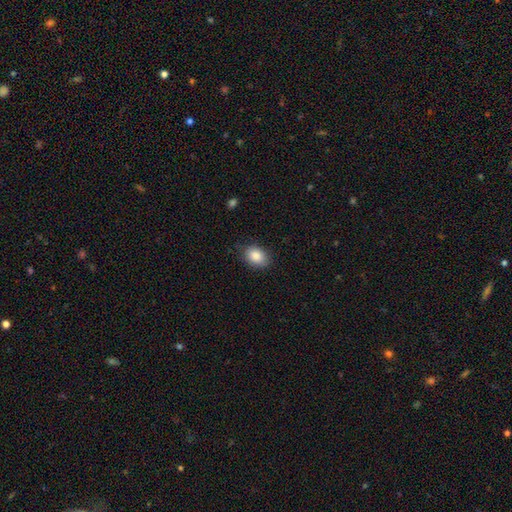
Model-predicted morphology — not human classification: Smooth or featured? Predicted: smooth (p=0.86). How rounded? Predicted: in between (p=0.72). Merging? Predicted: none (p=0.83).